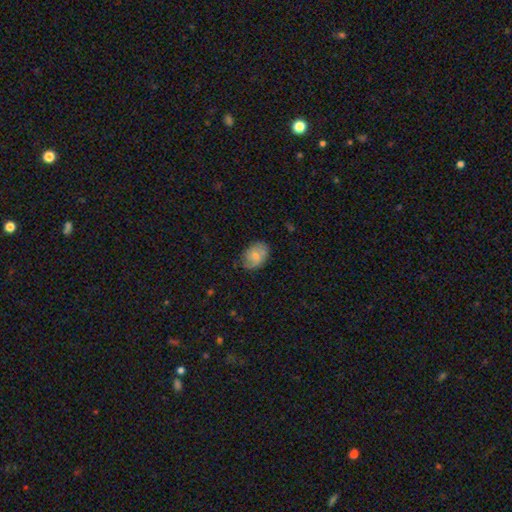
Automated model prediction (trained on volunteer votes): Smooth or featured? Predicted: smooth (p=0.67). How rounded? Predicted: in between (p=0.77). Merging? Predicted: none (p=0.70).